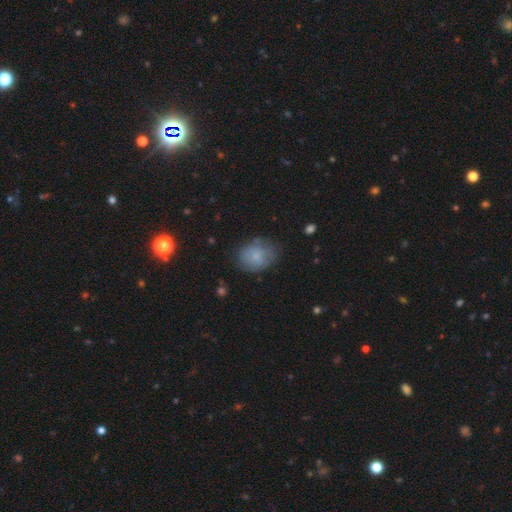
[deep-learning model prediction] smooth 73%, featured or disk 18%, star or artifact 9%. Down the decision tree: how rounded — in between (56%); merging — none (62%).